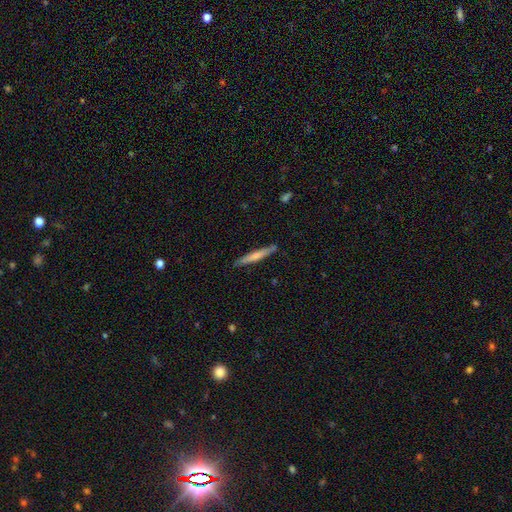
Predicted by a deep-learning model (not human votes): smooth 62%, featured or disk 33%, star or artifact 5%. Down the decision tree: how rounded — cigar-shaped (95%); merging — none (87%).